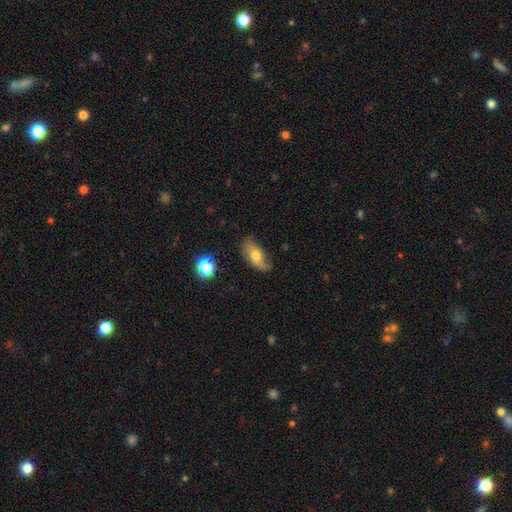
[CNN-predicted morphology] smooth-or-featured: smooth: 53% | featured or disk: 38% | star or artifact: 9%
  how-rounded: in between: 87% | round: 7% | cigar-shaped: 6%
  merging: none: 59% | minor disturbance: 29% | major disturbance: 10% | merger: 2%